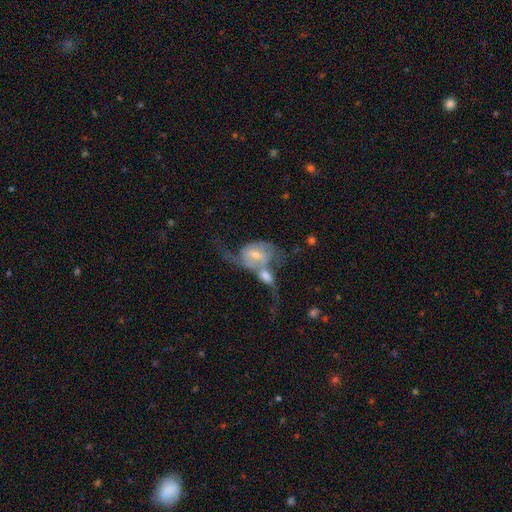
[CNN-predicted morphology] featured or disk 73%, smooth 20%, star or artifact 7%. Down the decision tree: edge-on disk — no (96%); bar — no (47%); spiral arms — yes (87%); spiral arm count — 2 (70%); spiral winding — loose (53%); bulge size — small (50%); merging — merger (66%).